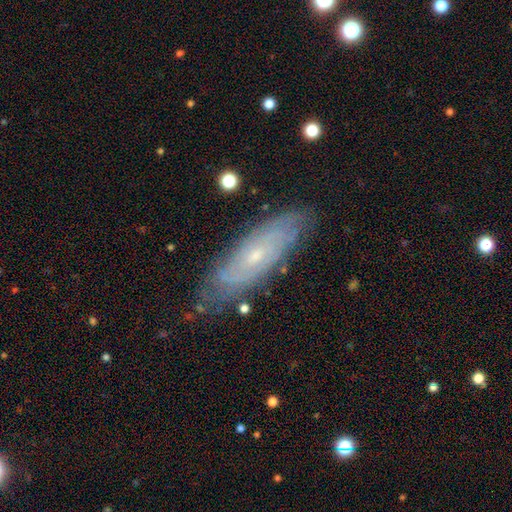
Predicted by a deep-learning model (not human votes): Smooth or featured? featured or disk (72%)
Edge-on disk? no (80%)
Bar? no (75%)
Spiral arms? yes (87%)
Spiral winding? tight (71%)
Spiral arm count? can't tell (61%)
Bulge size? small (77%)
Merging? none (76%)